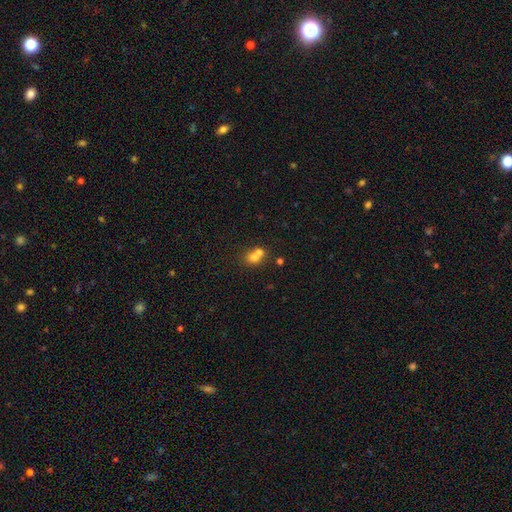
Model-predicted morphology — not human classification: A smooth galaxy with no disk features (70%) that is round (68%).

Vote fractions:
- Smooth or featured? smooth: 70% / featured or disk: 17% / star or artifact: 13%
- How rounded? round: 68% / in between: 31% / cigar-shaped: 1%
- Merging? merger: 63% / none: 28% / minor disturbance: 6% / major disturbance: 3%